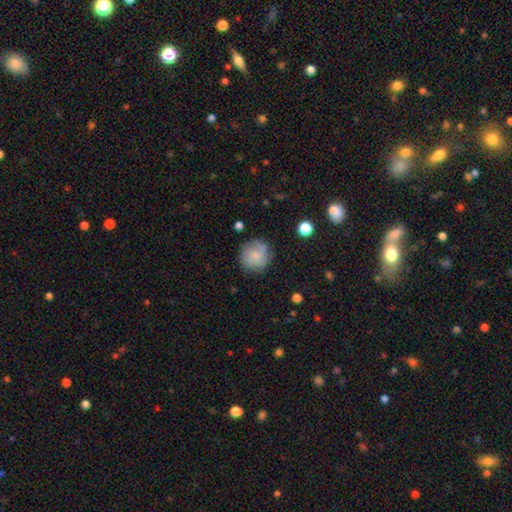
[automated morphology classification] The model was most divided on "smooth or featured": smooth: 65%, featured or disk: 27%, star or artifact: 9%. More confident: how rounded — round (90%); merging — none (73%).